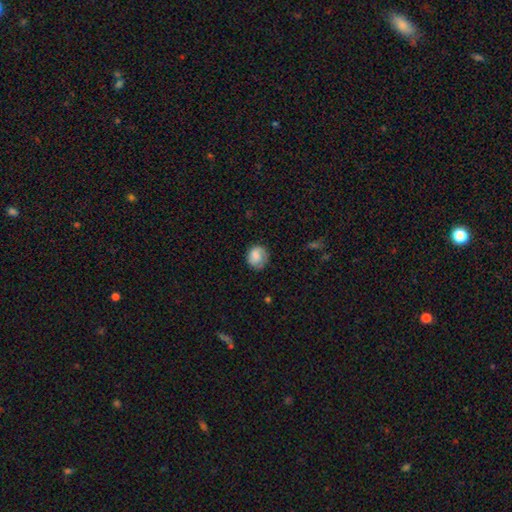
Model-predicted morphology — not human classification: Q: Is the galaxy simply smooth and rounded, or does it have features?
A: smooth — 78%.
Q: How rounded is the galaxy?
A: round — 74%.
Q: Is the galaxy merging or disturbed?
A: none — 70%.